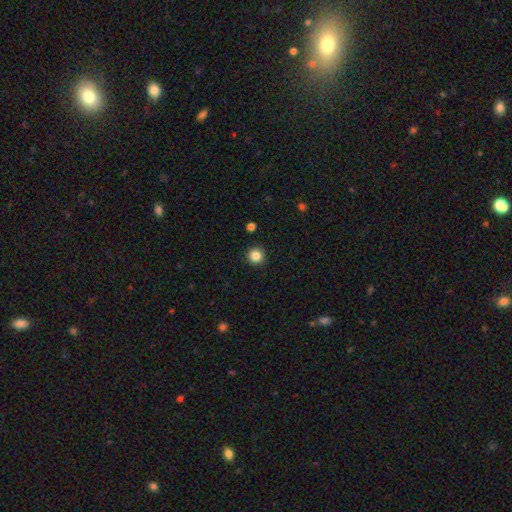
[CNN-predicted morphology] This appears to be a smooth galaxy with no disk features (85%) that is round (96%). Merging: none (93%).